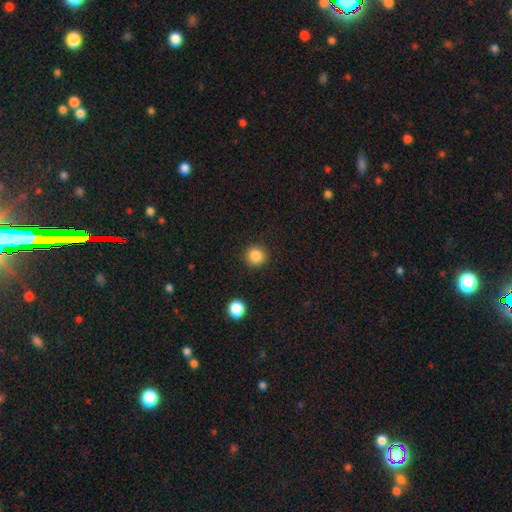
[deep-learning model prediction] A smooth galaxy with no disk features (85%) that is round (93%).

Vote fractions:
- Smooth or featured? smooth: 85% / star or artifact: 11% / featured or disk: 4%
- How rounded? round: 93% / in between: 6% / cigar-shaped: 1%
- Merging? none: 91% / minor disturbance: 5% / major disturbance: 2% / merger: 1%